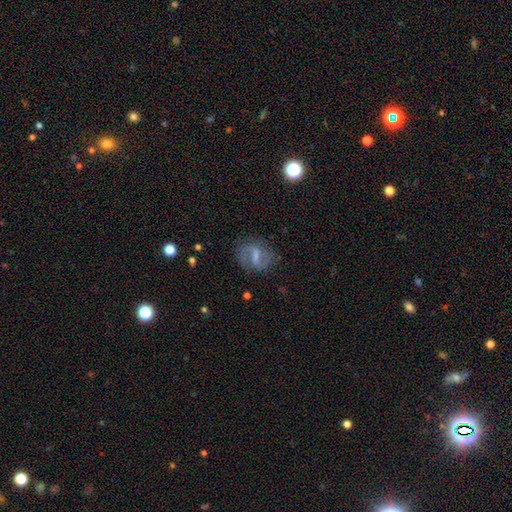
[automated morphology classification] A featured or disk galaxy (73%) with a strong bar (45%), 2 (85%) loose (43%, tied with medium) spiral arms (85%) and no central bulge (39%). Merging: none (73%).